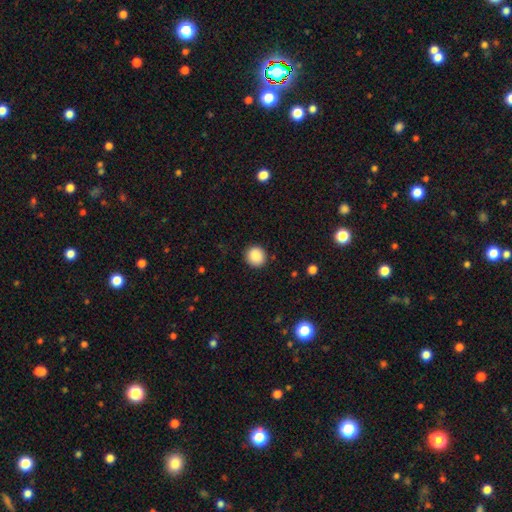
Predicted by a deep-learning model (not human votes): The model was most divided on "smooth or featured": smooth: 89%, star or artifact: 9%, featured or disk: 3%. More confident: how rounded — round (90%); merging — none (90%).